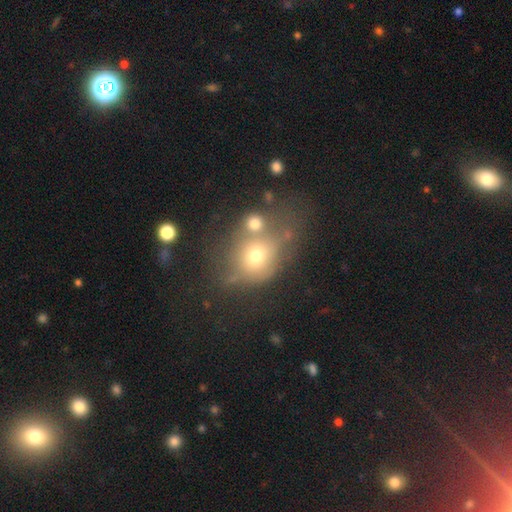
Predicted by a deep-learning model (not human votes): This appears to be a smooth galaxy with no disk features (61%) that is round (64%). Merging: none (35%).